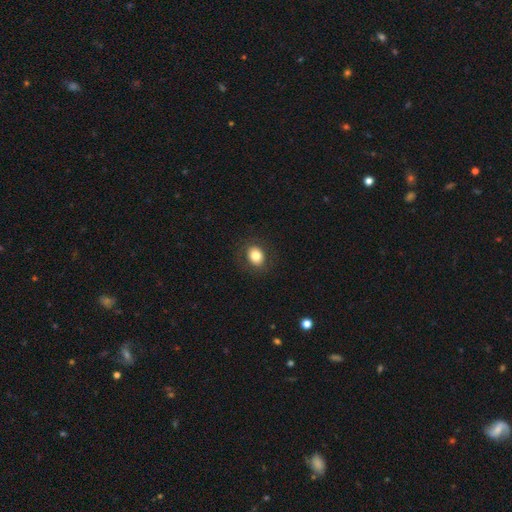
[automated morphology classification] This is likely a smooth galaxy (80%). How rounded: possibly round (51%). Merging: clearly none (86%).